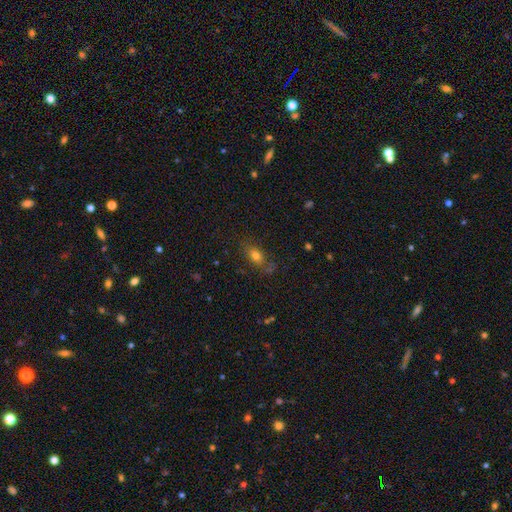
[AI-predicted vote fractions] smooth 75%, star or artifact 12%, featured or disk 12%. Down the decision tree: how rounded — in between (77%); merging — none (68%).